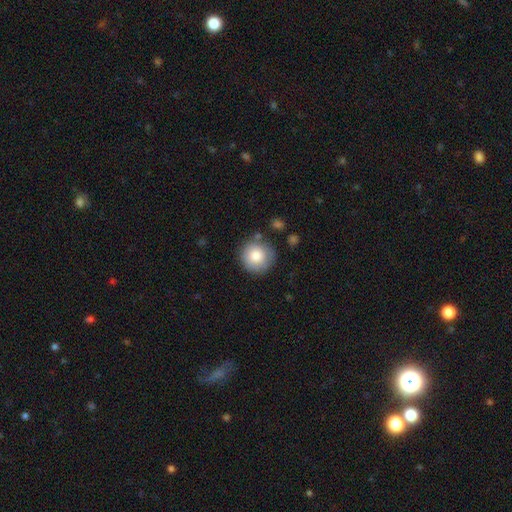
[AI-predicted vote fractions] Smooth or featured? Predicted: smooth (p=0.82). How rounded? Predicted: round (p=0.94). Merging? Predicted: none (p=0.79).